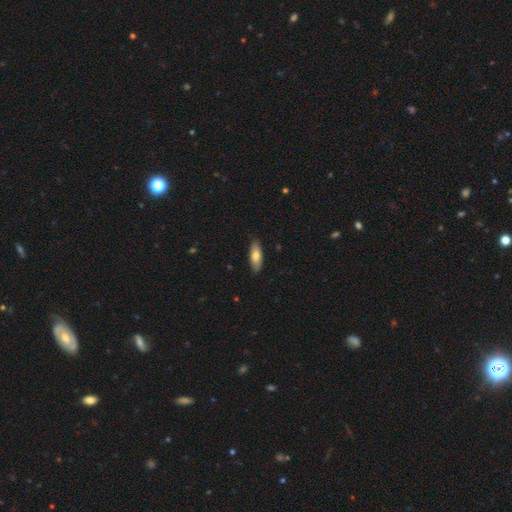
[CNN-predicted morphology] Q: Smooth or featured?
A: smooth (74%); runner-up: featured or disk (20%)
Q: How rounded?
A: in between (67%); runner-up: cigar-shaped (31%)
Q: Merging?
A: none (88%); runner-up: minor disturbance (9%)